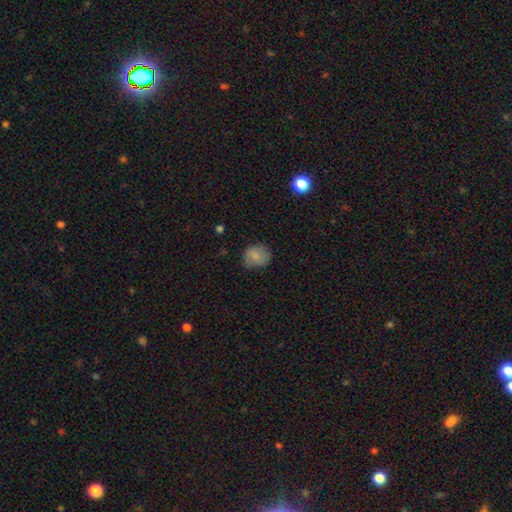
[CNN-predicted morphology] type=smooth (80%); roundness=round (71%); merging=none (67%).